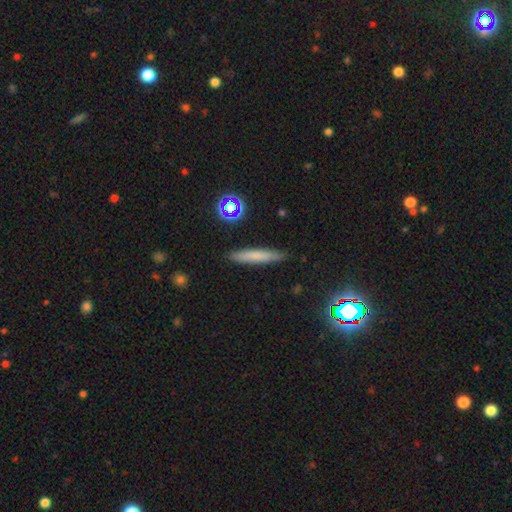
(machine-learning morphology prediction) smooth_or_featured: smooth (p=0.70) [alt: featured or disk p=0.19]
how_rounded: cigar-shaped (p=0.92) [alt: in between p=0.06]
merging: none (p=0.88) [alt: minor disturbance p=0.08]